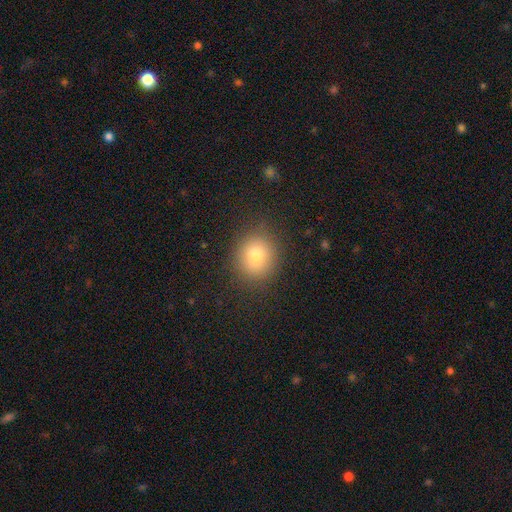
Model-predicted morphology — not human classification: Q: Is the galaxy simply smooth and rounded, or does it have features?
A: smooth — 76%.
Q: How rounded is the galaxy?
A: round — 81%.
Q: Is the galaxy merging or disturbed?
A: none — 86%.